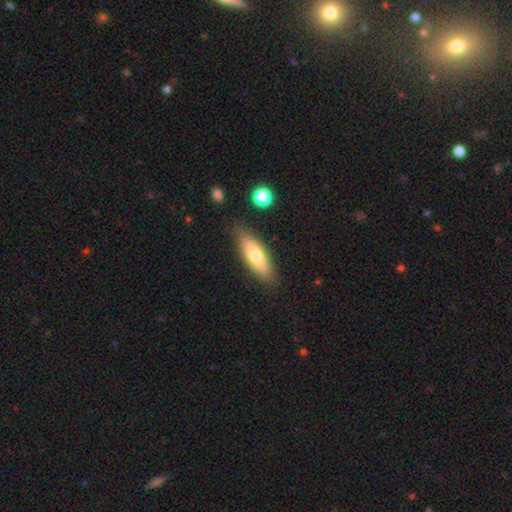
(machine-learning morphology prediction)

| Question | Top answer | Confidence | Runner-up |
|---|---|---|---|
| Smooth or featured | smooth | 69% | featured or disk (24%) |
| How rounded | in between | 60% | cigar-shaped (38%) |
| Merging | none | 82% | minor disturbance (13%) |